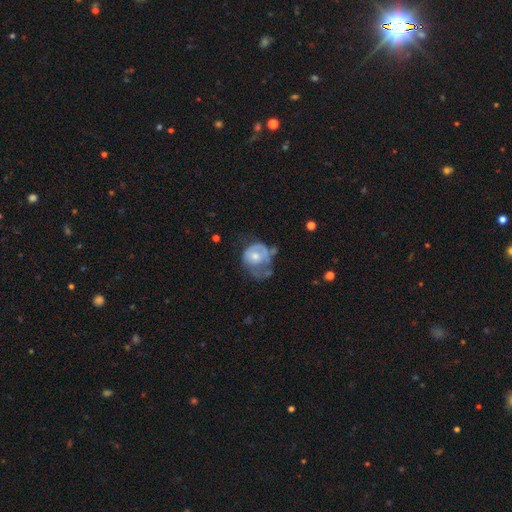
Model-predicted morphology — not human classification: The model was most divided on "smooth or featured": featured or disk: 48%, smooth: 45%, star or artifact: 7%. Remaining: merging — major disturbance (43%).